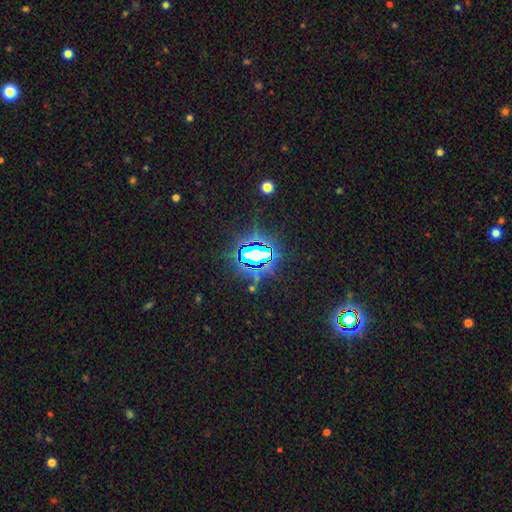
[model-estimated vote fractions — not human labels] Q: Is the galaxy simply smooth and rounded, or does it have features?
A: star or artifact — 79%.